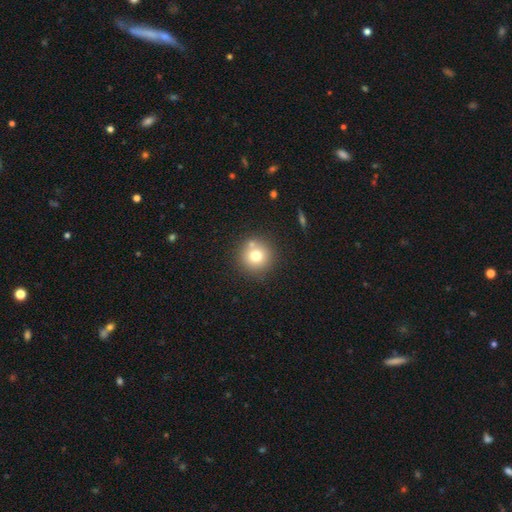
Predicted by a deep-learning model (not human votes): Smooth or featured?
  - smooth: 73% *
  - featured or disk: 14%
  - star or artifact: 14%
How rounded?
  - round: 94% *
  - in between: 5%
  - cigar-shaped: 1%
Merging?
  - none: 76% *
  - merger: 13%
  - minor disturbance: 8%
  - major disturbance: 3%